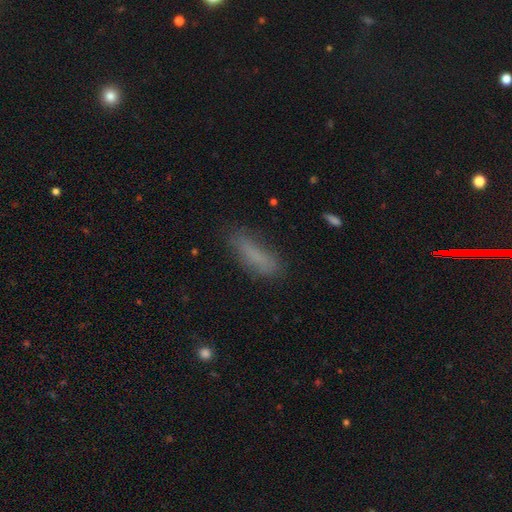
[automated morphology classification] Smooth or featured: smooth — 77% (featured or disk — 13%)
How rounded: cigar-shaped — 57% (in between — 41%)
Merging: none — 70% (minor disturbance — 20%)